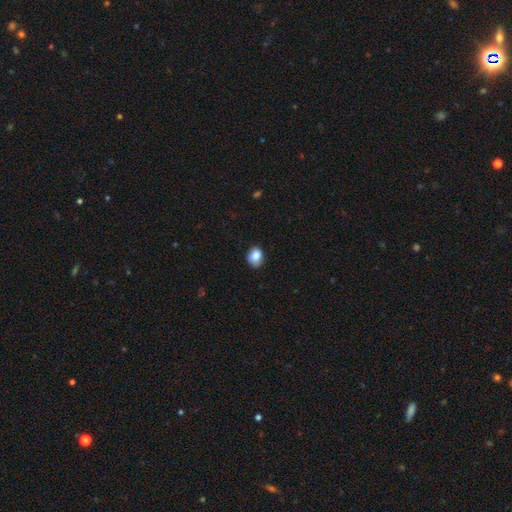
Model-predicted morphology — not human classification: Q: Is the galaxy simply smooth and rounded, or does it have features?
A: smooth — 83%.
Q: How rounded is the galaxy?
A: round — 52%.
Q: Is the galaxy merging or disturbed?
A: none — 77%.